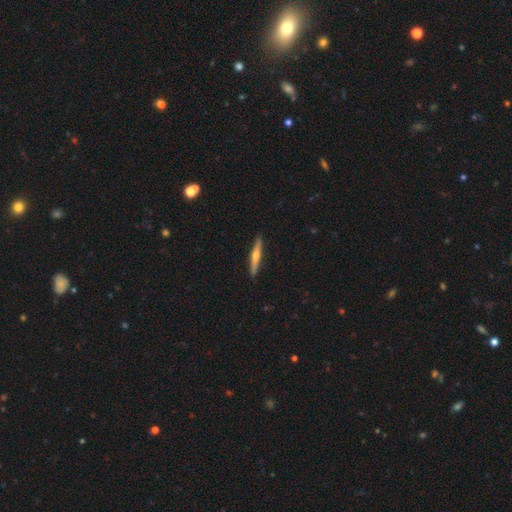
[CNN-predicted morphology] Smooth or featured? Predicted: featured or disk (p=0.59). Edge-on disk? Predicted: yes (p=0.97). Edge-on bulge? Predicted: rounded (p=0.87). Merging? Predicted: none (p=0.91).